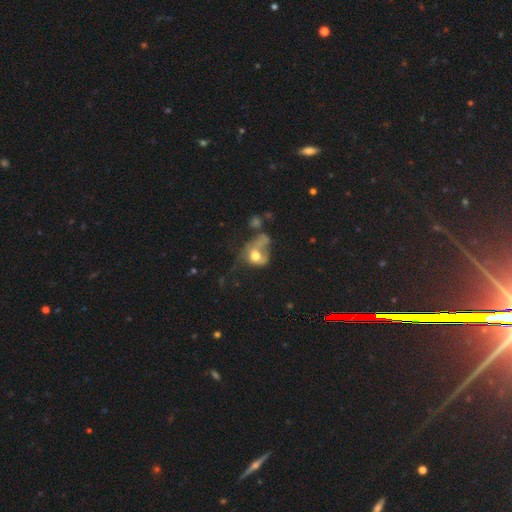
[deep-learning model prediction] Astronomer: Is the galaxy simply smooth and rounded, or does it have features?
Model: smooth — 60%.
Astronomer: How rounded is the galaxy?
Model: in between — 51% (runner-up: round, 47%).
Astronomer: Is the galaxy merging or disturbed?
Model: major disturbance — 42% (runner-up: merger, 24%).